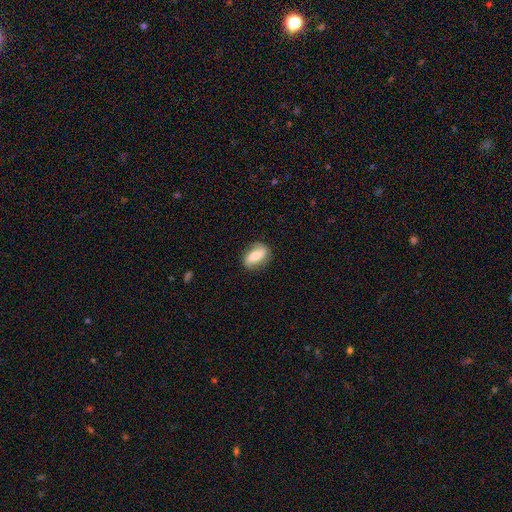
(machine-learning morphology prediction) Smooth or featured? smooth (55%)
How rounded? in between (83%)
Merging? none (82%)